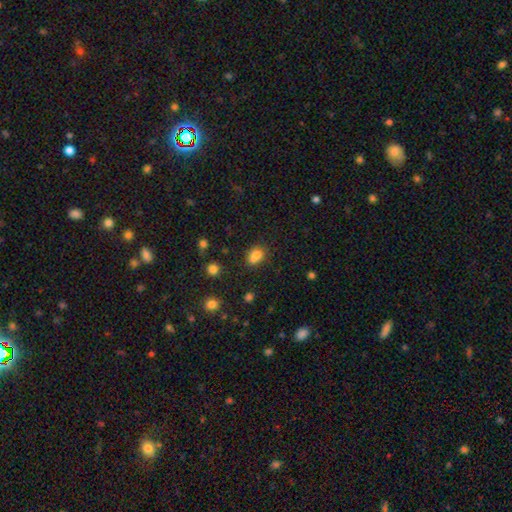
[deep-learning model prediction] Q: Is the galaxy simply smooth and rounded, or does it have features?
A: smooth — 81%.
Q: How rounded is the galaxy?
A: in between — 73%.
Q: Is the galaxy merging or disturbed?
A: none — 62%.